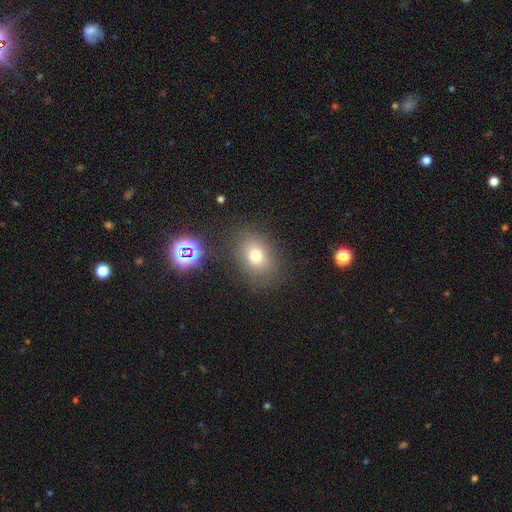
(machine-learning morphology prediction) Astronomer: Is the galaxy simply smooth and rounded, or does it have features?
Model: smooth — 73%.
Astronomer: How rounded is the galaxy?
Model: in between — 59% (runner-up: round, 40%).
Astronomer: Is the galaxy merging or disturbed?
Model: none — 81%.